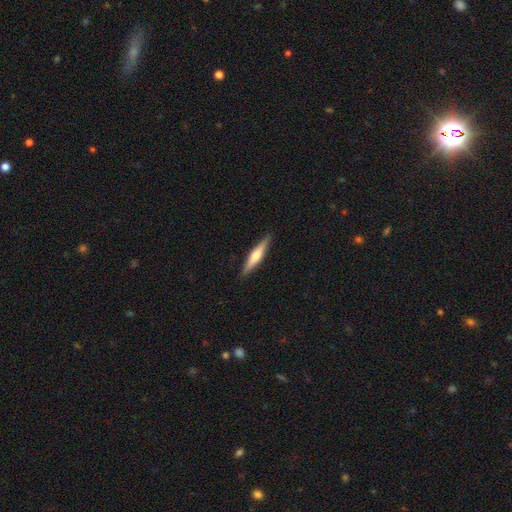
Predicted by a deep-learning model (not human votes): A featured or disk galaxy (54%) viewed edge-on (96%) with a rounded central bulge (86%).

Vote fractions:
- Smooth or featured? featured or disk: 54% / smooth: 41% / star or artifact: 5%
- Edge-on disk? yes: 96% / no: 4%
- Edge-on bulge? rounded: 86% / boxy: 7% / none: 7%
- Merging? none: 90% / minor disturbance: 7% / major disturbance: 1% / merger: 1%